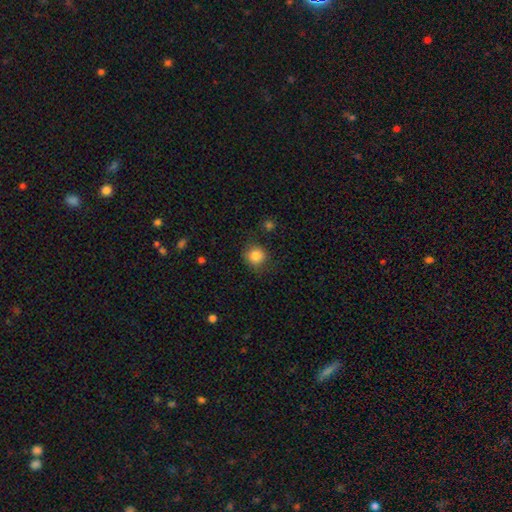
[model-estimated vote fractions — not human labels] Q: Smooth or featured?
A: smooth (84%); runner-up: star or artifact (11%)
Q: How rounded?
A: round (89%); runner-up: in between (10%)
Q: Merging?
A: none (81%); runner-up: minor disturbance (13%)